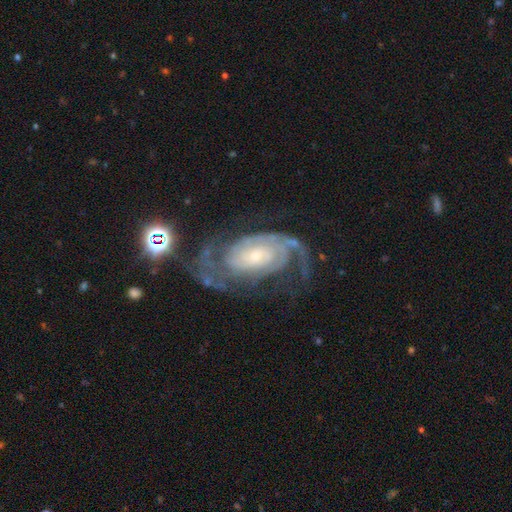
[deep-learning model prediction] smooth_or_featured: featured or disk (p=0.90) [alt: star or artifact p=0.05]
disk_edge_on: no (p=0.97) [alt: yes p=0.03]
bar: no (p=0.64) [alt: weak p=0.27]
has_spiral_arms: yes (p=0.98) [alt: no p=0.02]
spiral_winding: tight (p=0.58) [alt: medium p=0.33]
spiral_arm_count: 2 (p=0.63) [alt: can't tell p=0.14]
bulge_size: small (p=0.69) [alt: moderate p=0.24]
merging: none (p=0.62) [alt: minor disturbance p=0.18]